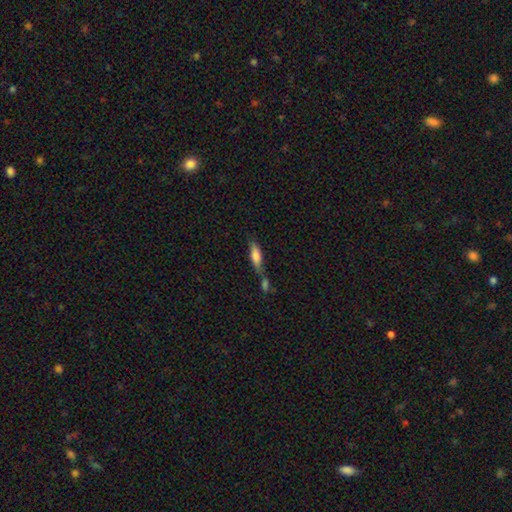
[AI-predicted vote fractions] The model was most divided on "how rounded": in between: 53%, cigar-shaped: 44%, round: 3%. More confident: smooth or featured — smooth (73%); merging — merger (52%).